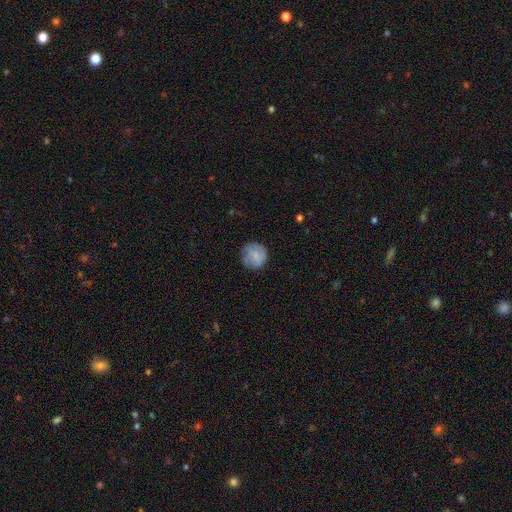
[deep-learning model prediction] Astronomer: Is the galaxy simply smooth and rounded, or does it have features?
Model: smooth — 70%.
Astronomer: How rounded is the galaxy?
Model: round — 90%.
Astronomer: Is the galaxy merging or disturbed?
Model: none — 77%.